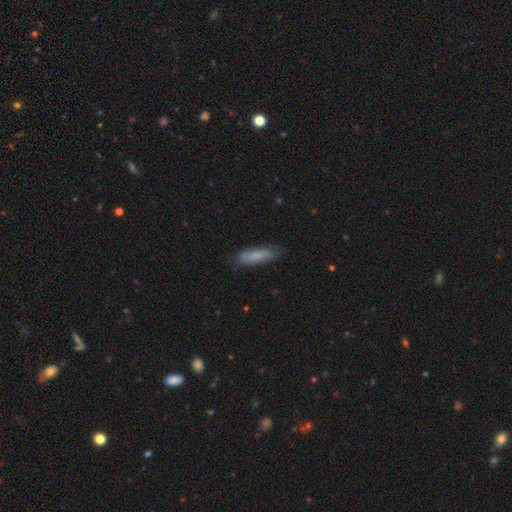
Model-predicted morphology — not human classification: smooth_or_featured: smooth (p=0.76) [alt: featured or disk p=0.16]
how_rounded: cigar-shaped (p=0.64) [alt: in between p=0.34]
merging: none (p=0.79) [alt: minor disturbance p=0.16]